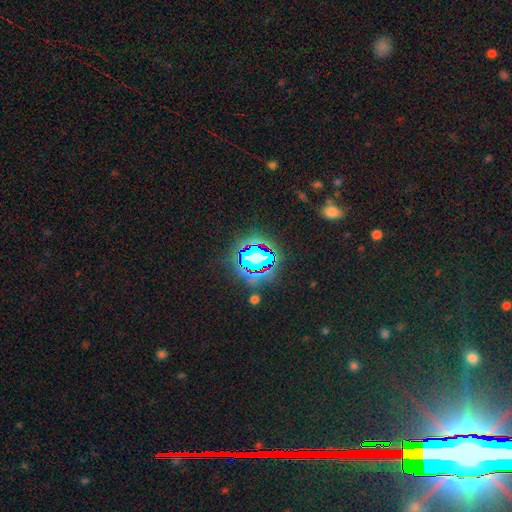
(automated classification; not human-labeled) Smooth or featured: star or artifact — 71% (smooth — 19%)